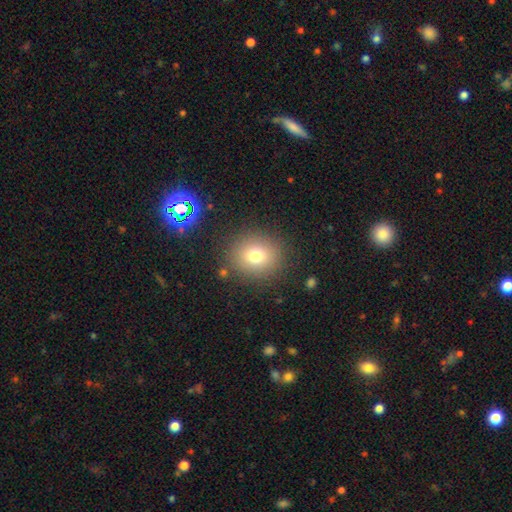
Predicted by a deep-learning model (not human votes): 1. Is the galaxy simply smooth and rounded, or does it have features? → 74% smooth, 15% star or artifact, 11% featured or disk.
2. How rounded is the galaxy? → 77% round, 22% in between, 1% cigar-shaped.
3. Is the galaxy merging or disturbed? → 85% none, 9% minor disturbance, 4% major disturbance, 2% merger.